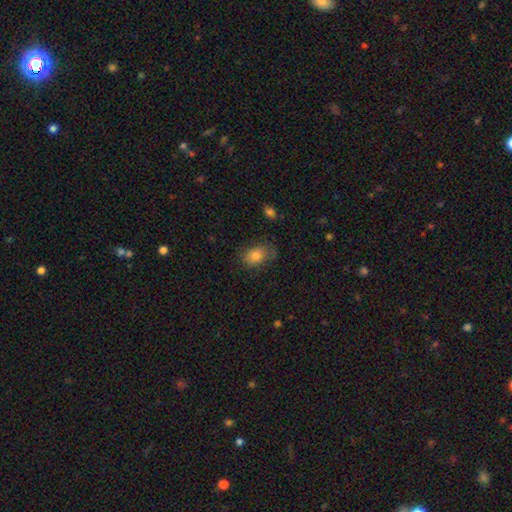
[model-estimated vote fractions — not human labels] Q: Smooth or featured?
A: smooth (78%); runner-up: featured or disk (13%)
Q: How rounded?
A: in between (80%); runner-up: round (19%)
Q: Merging?
A: none (64%); runner-up: minor disturbance (25%)